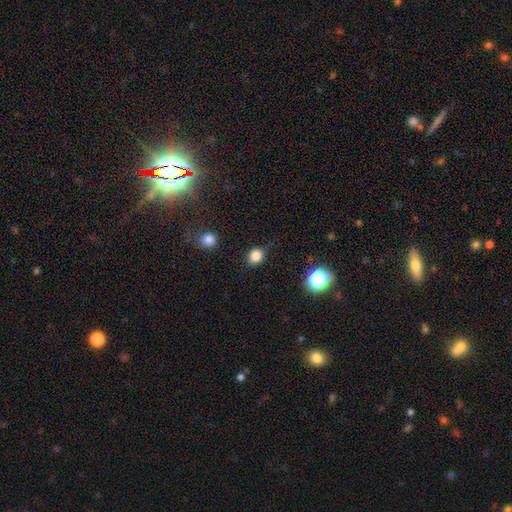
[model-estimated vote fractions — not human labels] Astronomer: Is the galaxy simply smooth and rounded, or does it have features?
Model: smooth — 82%.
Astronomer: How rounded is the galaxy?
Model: round — 76%.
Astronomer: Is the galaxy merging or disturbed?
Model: none — 83%.